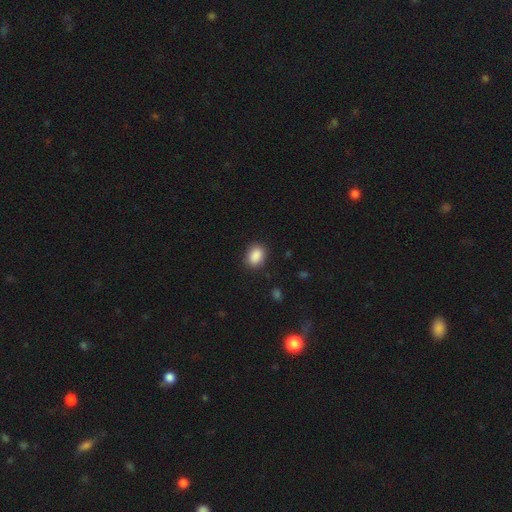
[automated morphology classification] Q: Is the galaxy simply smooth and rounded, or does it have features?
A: smooth — 89%.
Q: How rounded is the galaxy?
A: in between — 69%.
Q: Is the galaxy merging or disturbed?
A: none — 86%.